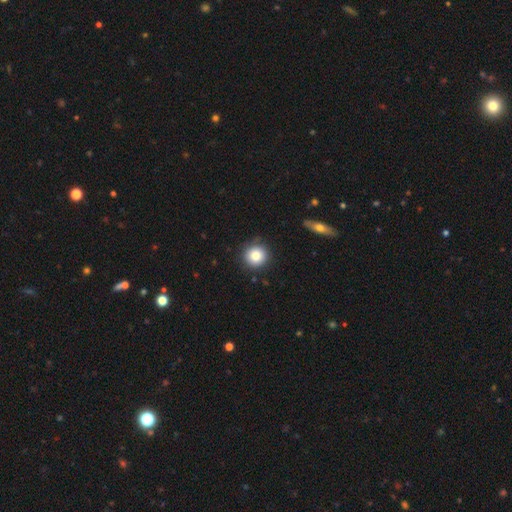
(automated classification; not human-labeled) A smooth galaxy with no disk features (82%) that is round (92%). Merging: none (87%).